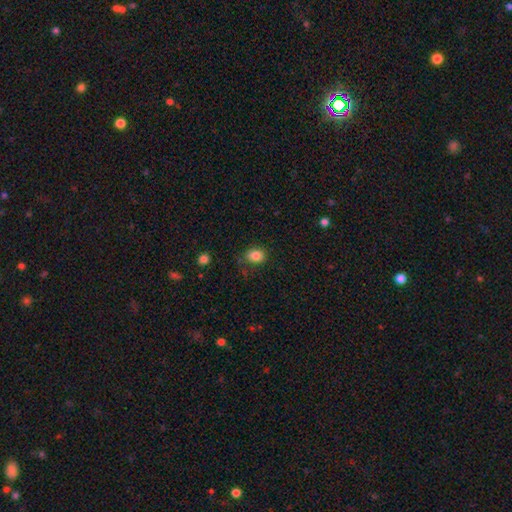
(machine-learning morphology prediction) A smooth galaxy with no disk features (84%) that is in between round and cigar-shaped (59%).

Vote fractions:
- Smooth or featured? smooth: 84% / star or artifact: 11% / featured or disk: 5%
- How rounded? in between: 59% / round: 40% / cigar-shaped: 1%
- Merging? none: 78% / minor disturbance: 16% / major disturbance: 4% / merger: 2%